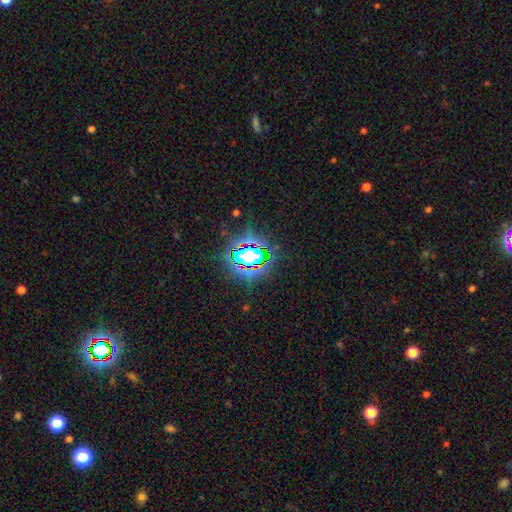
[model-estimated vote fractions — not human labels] The model was most divided on "smooth or featured": star or artifact: 79%, smooth: 12%, featured or disk: 9%.